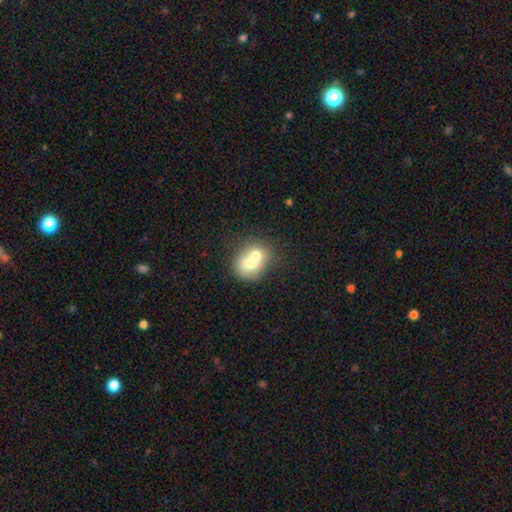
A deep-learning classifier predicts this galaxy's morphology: This appears to be a smooth galaxy with no disk features (65%) that is round (67%). Merging: merger (68%).